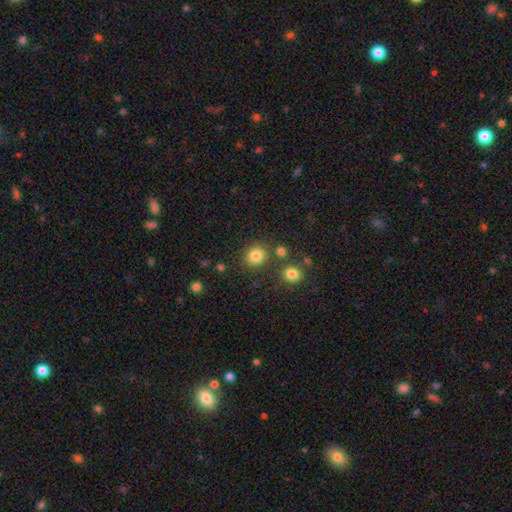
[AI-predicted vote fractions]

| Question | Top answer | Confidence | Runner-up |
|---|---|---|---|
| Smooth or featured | smooth | 83% | star or artifact (12%) |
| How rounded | round | 81% | in between (18%) |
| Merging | none | 80% | minor disturbance (9%) |